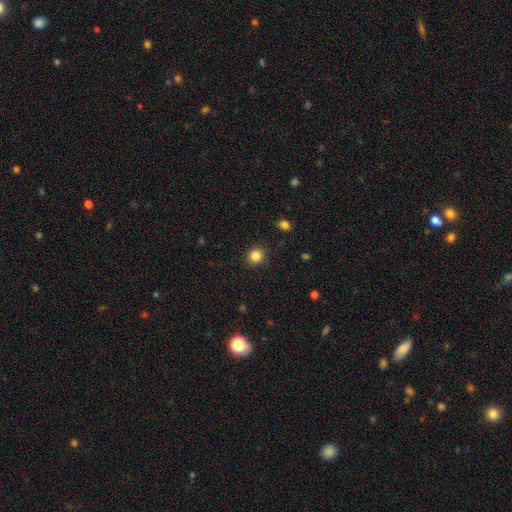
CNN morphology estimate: type=smooth (86%); roundness=round (84%); merging=none (89%).